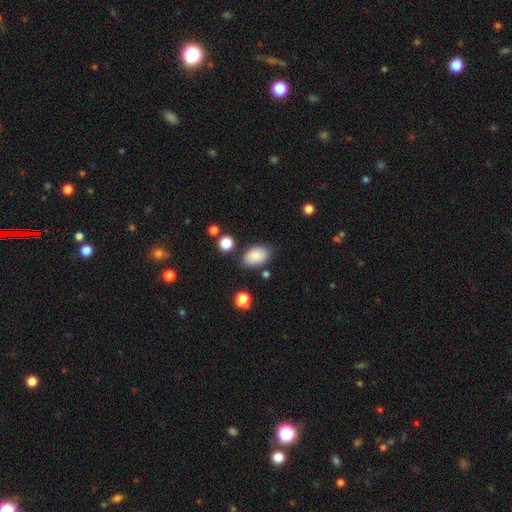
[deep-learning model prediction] The model was most divided on "merging": none: 77%, minor disturbance: 15%, merger: 4%, major disturbance: 4%. More confident: how rounded — in between (87%); smooth or featured — smooth (85%).